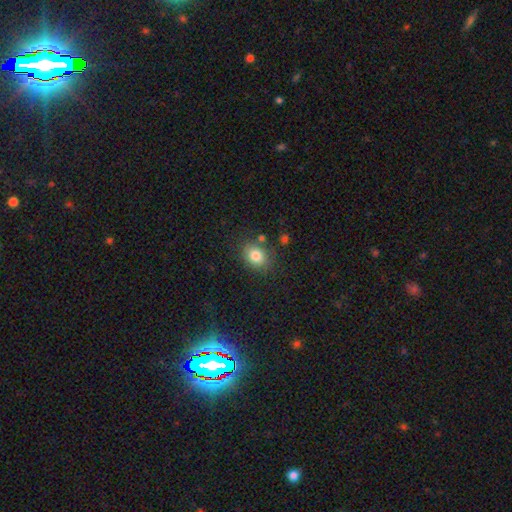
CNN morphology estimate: Smooth or featured? Predicted: smooth (p=0.81). How rounded? Predicted: in between (p=0.51). Merging? Predicted: none (p=0.78).